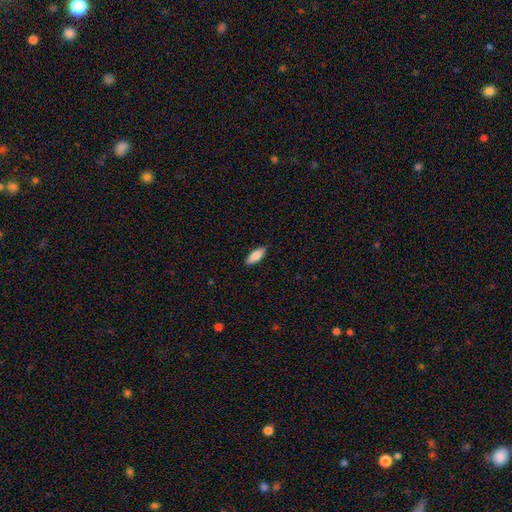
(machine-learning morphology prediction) Smooth or featured: smooth — 85% (featured or disk — 9%)
How rounded: in between — 70% (cigar-shaped — 29%)
Merging: none — 86% (minor disturbance — 11%)